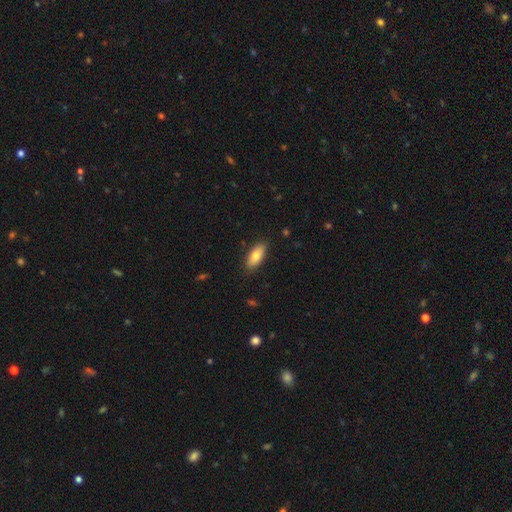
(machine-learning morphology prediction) This appears to be a smooth galaxy with no disk features (82%) that is in between round and cigar-shaped (83%). Merging: none (86%).